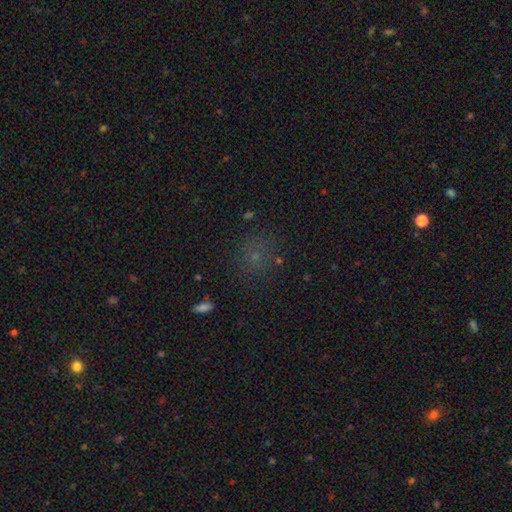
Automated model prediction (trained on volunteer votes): Smooth or featured? Predicted: smooth (p=0.54). How rounded? Predicted: round (p=0.84). Merging? Predicted: none (p=0.78).